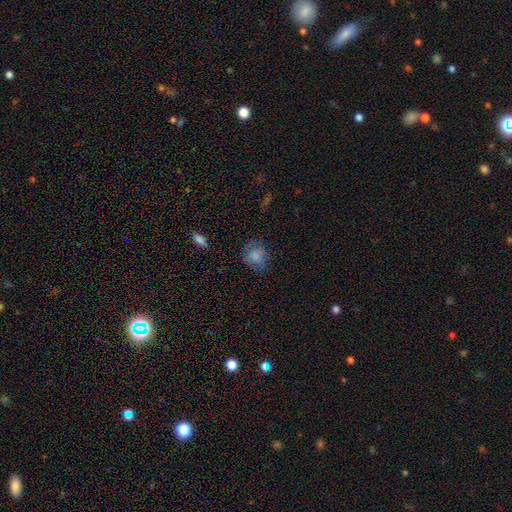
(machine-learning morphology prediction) smooth_or_featured: smooth (p=0.79) [alt: featured or disk p=0.11]
how_rounded: round (p=0.76) [alt: in between p=0.23]
merging: none (p=0.72) [alt: minor disturbance p=0.19]